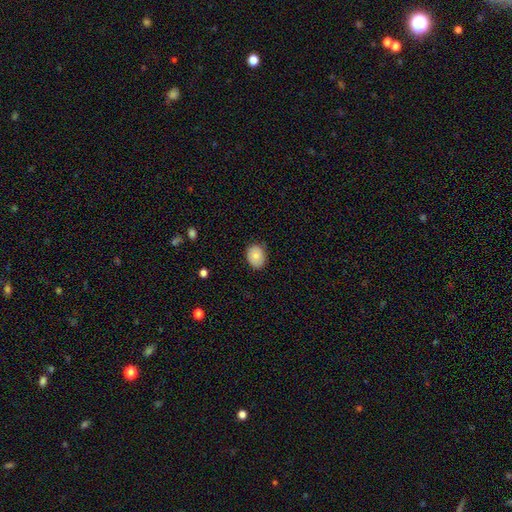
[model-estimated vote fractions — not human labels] Smooth or featured: smooth — 81% (featured or disk — 11%)
How rounded: in between — 57% (round — 42%)
Merging: none — 81% (minor disturbance — 15%)